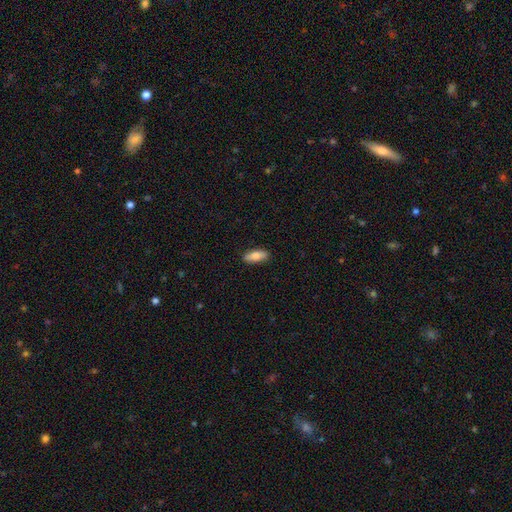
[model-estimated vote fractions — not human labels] Overall: smooth (77%). How rounded: in between (76%). Merging: none (89%).